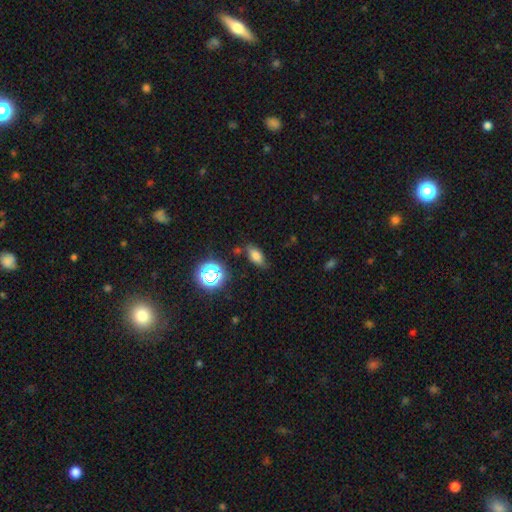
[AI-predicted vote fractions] Morphology: type=smooth (72%); roundness=in between (82%); merging=none (78%).